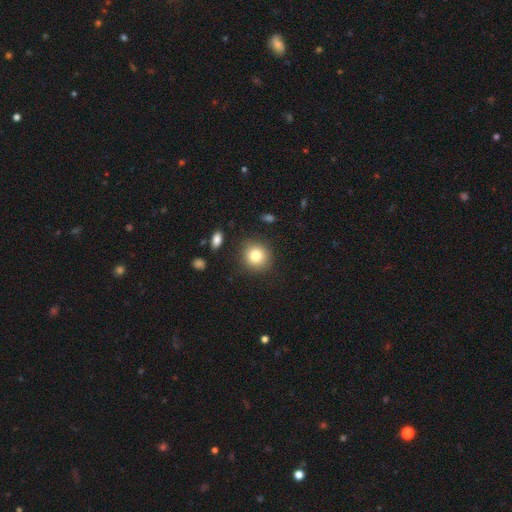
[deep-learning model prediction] Q: Smooth or featured?
A: smooth (81%); runner-up: star or artifact (10%)
Q: How rounded?
A: round (88%); runner-up: in between (11%)
Q: Merging?
A: none (88%); runner-up: minor disturbance (8%)